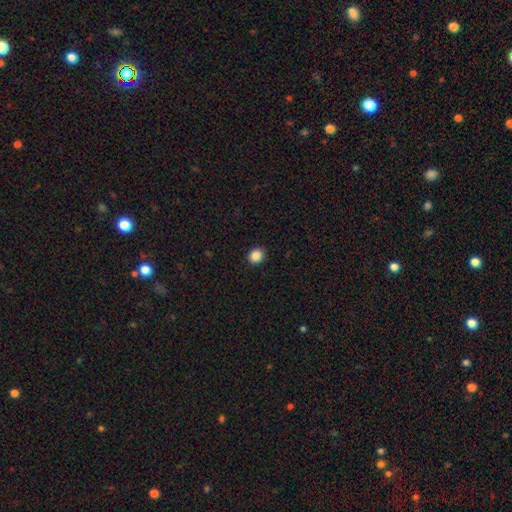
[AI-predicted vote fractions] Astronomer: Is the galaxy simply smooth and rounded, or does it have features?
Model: smooth — 87%.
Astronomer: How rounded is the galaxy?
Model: round — 74%.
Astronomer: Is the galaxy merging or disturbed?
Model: none — 92%.